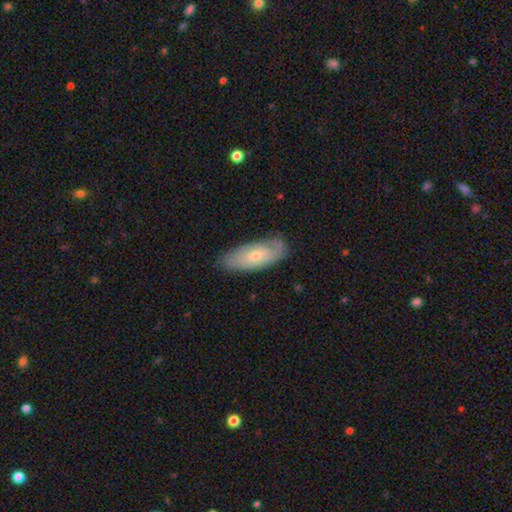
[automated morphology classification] A smooth galaxy with no disk features (52%) that is in between round and cigar-shaped (79%).

Vote fractions:
- Smooth or featured? smooth: 52% / featured or disk: 42% / star or artifact: 6%
- How rounded? in between: 79% / cigar-shaped: 18% / round: 2%
- Merging? none: 72% / minor disturbance: 22% / major disturbance: 5% / merger: 1%